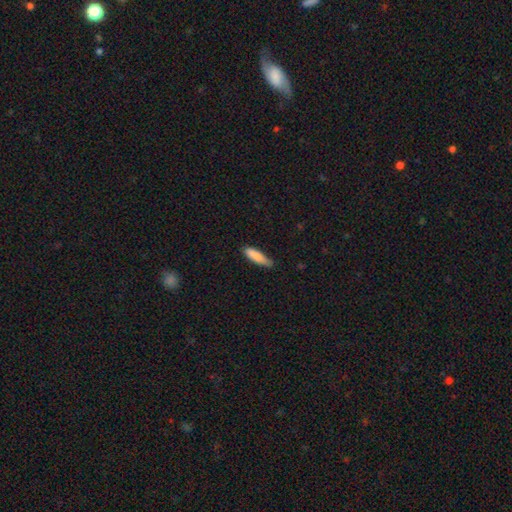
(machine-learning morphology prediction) smooth 85%, featured or disk 9%, star or artifact 6%. Down the decision tree: how rounded — cigar-shaped (70%); merging — none (74%).